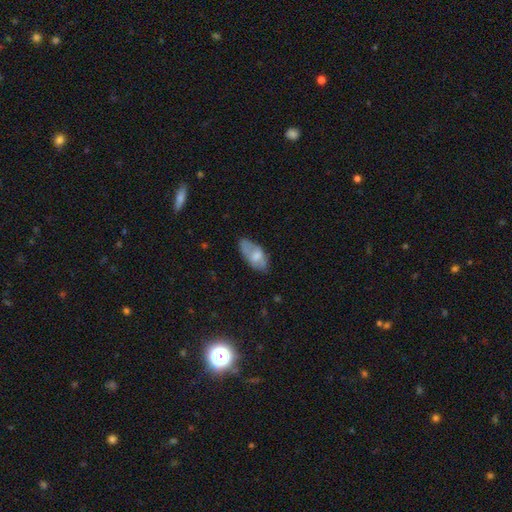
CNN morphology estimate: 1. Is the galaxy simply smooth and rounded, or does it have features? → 62% smooth, 31% featured or disk, 7% star or artifact.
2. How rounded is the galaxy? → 91% in between, 6% cigar-shaped, 3% round.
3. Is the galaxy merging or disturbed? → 55% none, 30% minor disturbance, 12% major disturbance, 3% merger.